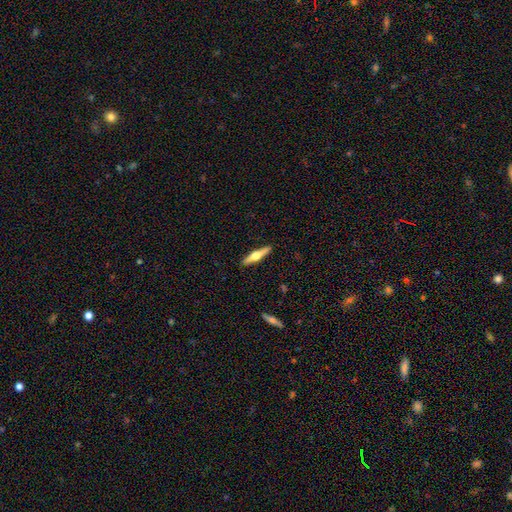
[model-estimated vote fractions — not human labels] Smooth or featured? featured or disk (64%)
Edge-on disk? yes (97%)
Edge-on bulge? rounded (94%)
Merging? none (90%)